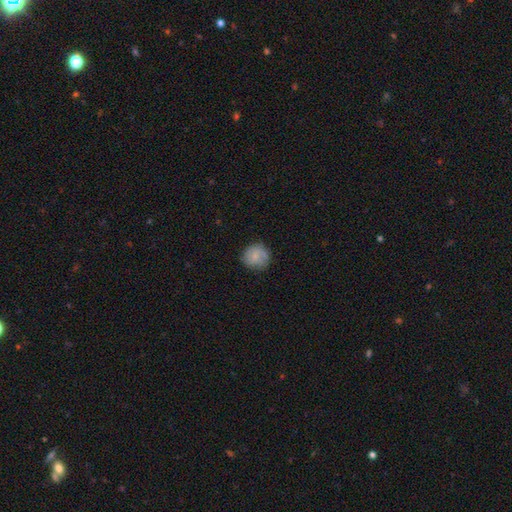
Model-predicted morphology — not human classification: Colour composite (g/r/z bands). It shows a smooth galaxy with no disk features (74%) that is round (88%). Merging: none (76%).